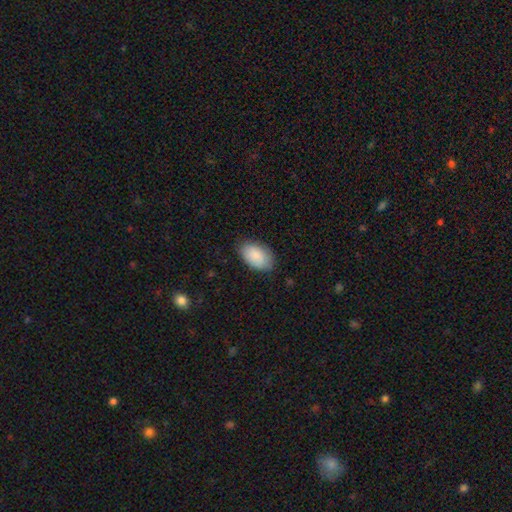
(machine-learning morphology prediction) The model was most divided on "merging": none: 81%, minor disturbance: 15%, major disturbance: 3%, merger: 1%. More confident: how rounded — in between (93%); smooth or featured — smooth (88%).